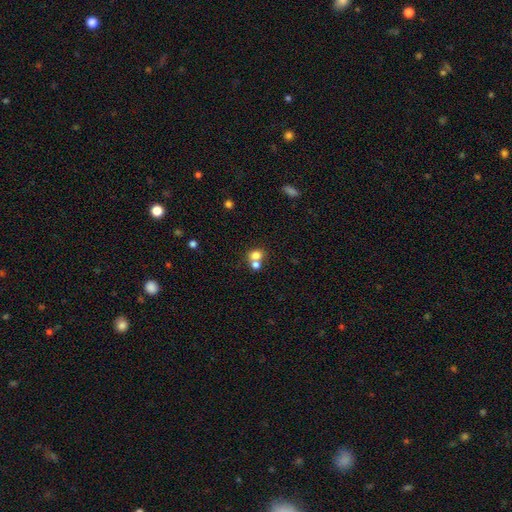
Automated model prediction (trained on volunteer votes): This appears to be a smooth galaxy with no disk features (76%) that is round (63%). Merging: merger (53%).